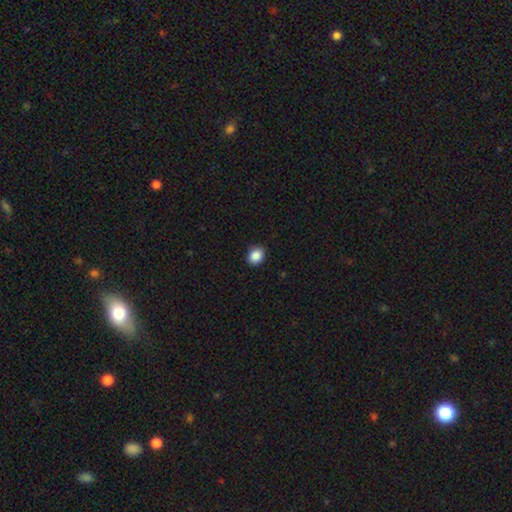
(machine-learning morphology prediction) Smooth or featured: smooth — 88% (star or artifact — 9%)
How rounded: round — 60% (in between — 39%)
Merging: none — 87% (minor disturbance — 10%)